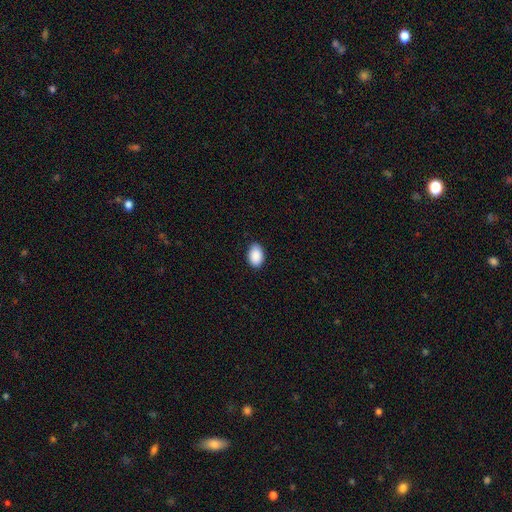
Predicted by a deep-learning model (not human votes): A smooth galaxy with no disk features (91%) that is in between round and cigar-shaped (89%).

Vote fractions:
- Smooth or featured? smooth: 91% / star or artifact: 7% / featured or disk: 3%
- How rounded? in between: 89% / round: 10% / cigar-shaped: 1%
- Merging? none: 87% / minor disturbance: 10% / major disturbance: 2% / merger: 1%